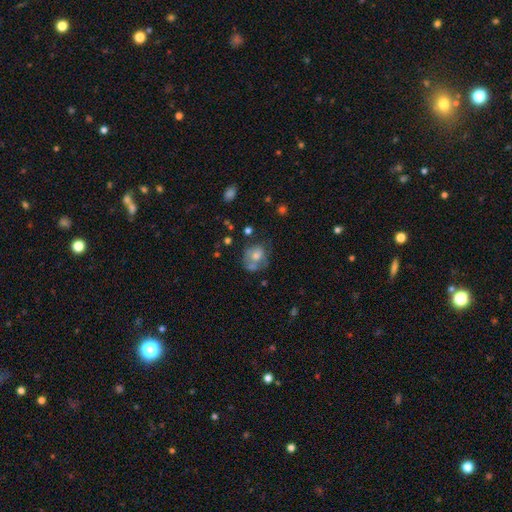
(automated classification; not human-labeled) A smooth galaxy with no disk features (47%).

Vote fractions:
- Smooth or featured? smooth: 47% / featured or disk: 41% / star or artifact: 12%
- Merging? none: 45% / minor disturbance: 25% / major disturbance: 18% / merger: 13%